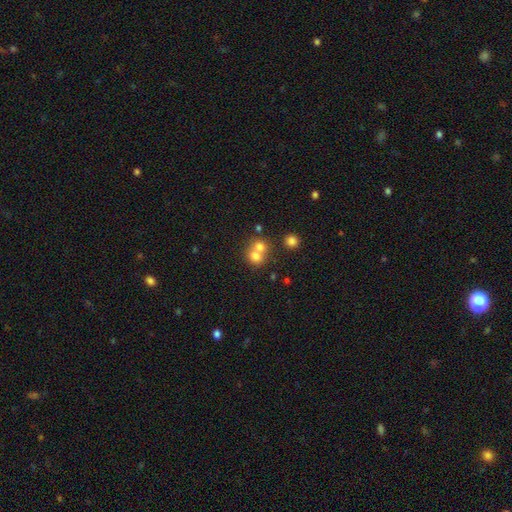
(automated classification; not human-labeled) Smooth or featured?
  - smooth: 71% *
  - featured or disk: 17%
  - star or artifact: 12%
How rounded?
  - round: 75% *
  - in between: 24%
  - cigar-shaped: 1%
Merging?
  - merger: 61% *
  - none: 31%
  - minor disturbance: 5%
  - major disturbance: 3%